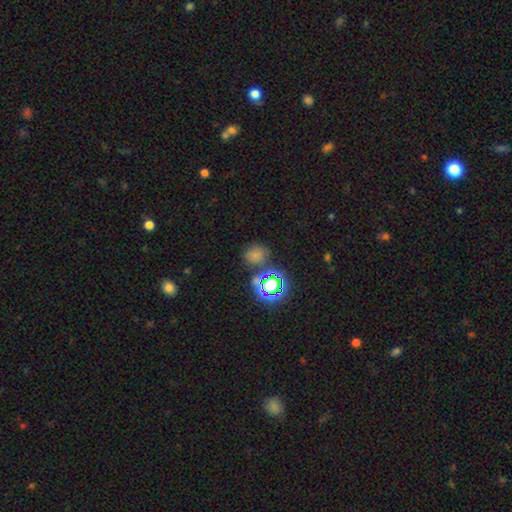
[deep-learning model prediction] smooth 62%, star or artifact 31%, featured or disk 8%. Down the decision tree: how rounded — round (69%); merging — none (70%).